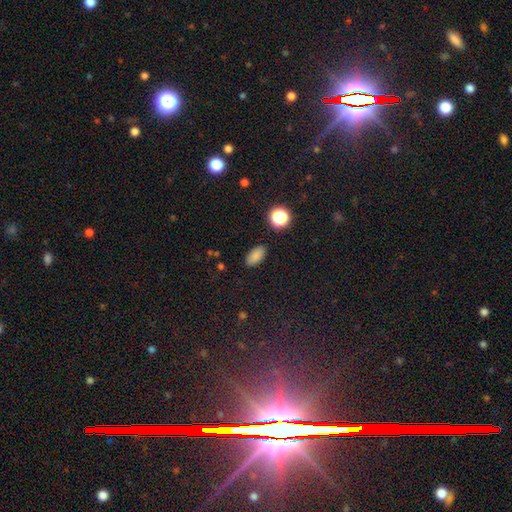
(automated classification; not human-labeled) Smooth or featured: smooth — 83% (star or artifact — 12%)
How rounded: in between — 90% (round — 6%)
Merging: none — 87% (minor disturbance — 9%)